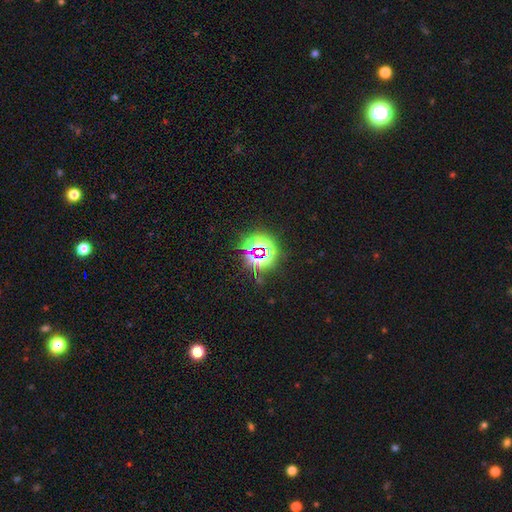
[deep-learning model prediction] Smooth or featured?
  - star or artifact: 77% *
  - smooth: 14%
  - featured or disk: 8%